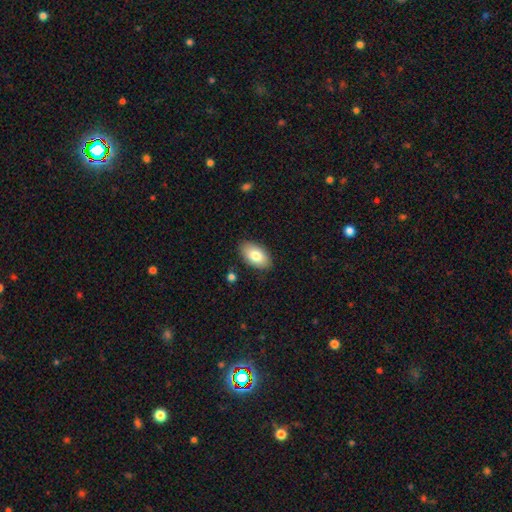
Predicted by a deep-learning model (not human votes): A smooth galaxy with no disk features (80%) that is in between round and cigar-shaped (95%). Merging: none (87%).